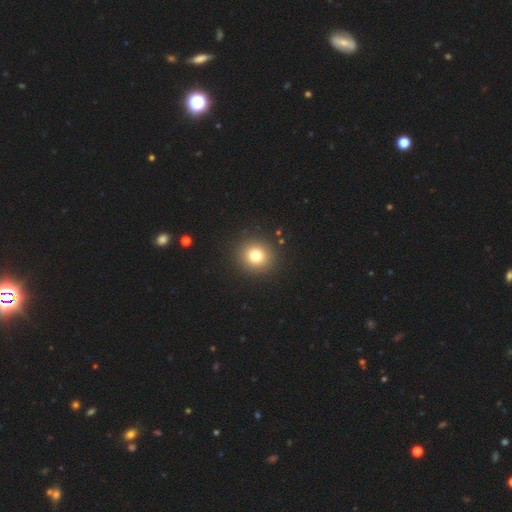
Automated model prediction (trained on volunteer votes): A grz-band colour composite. It shows a smooth galaxy with no disk features (77%) that is round (90%). Merging: none (91%).